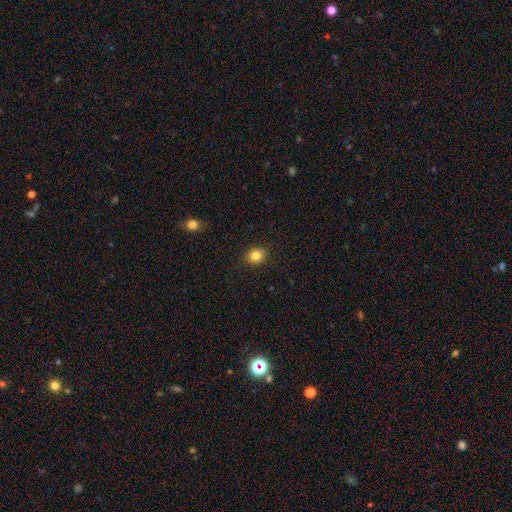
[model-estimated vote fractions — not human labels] A smooth galaxy with no disk features (83%) that is round (66%). Merging: none (89%).